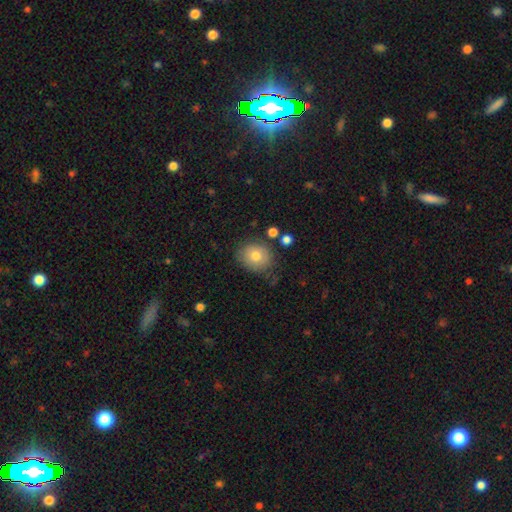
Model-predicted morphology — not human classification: Overall: smooth (77%). How rounded: round (70%). Merging: none (77%).